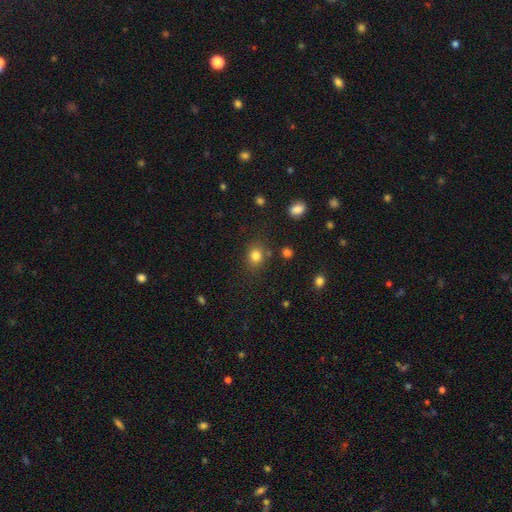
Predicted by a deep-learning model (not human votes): Smooth or featured? Predicted: smooth (p=0.82). How rounded? Predicted: round (p=0.69). Merging? Predicted: none (p=0.79).